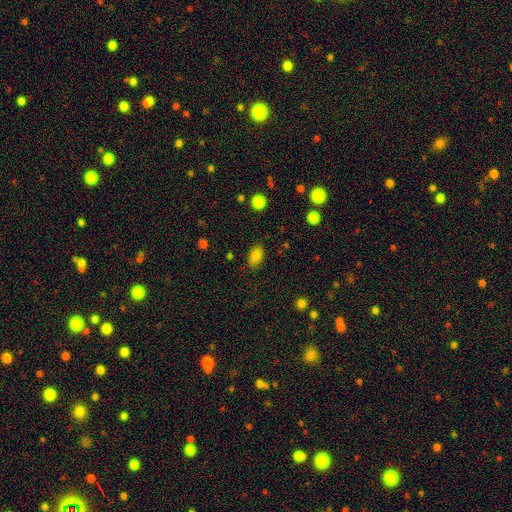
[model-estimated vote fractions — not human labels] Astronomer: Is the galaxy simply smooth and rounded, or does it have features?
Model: smooth — 85%.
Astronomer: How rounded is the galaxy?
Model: in between — 90%.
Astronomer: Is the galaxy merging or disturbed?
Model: none — 84%.